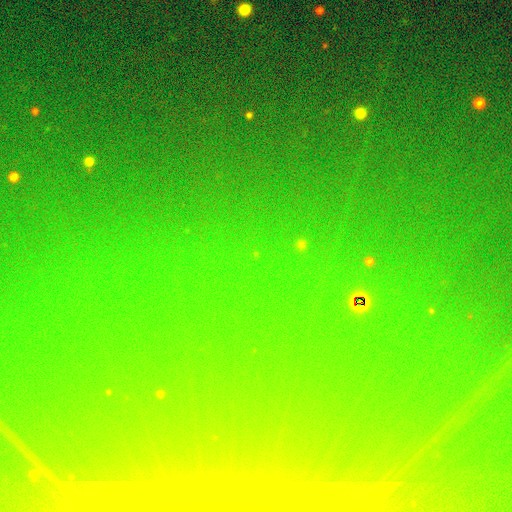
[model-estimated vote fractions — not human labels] Morphology: type=star or artifact (74%).